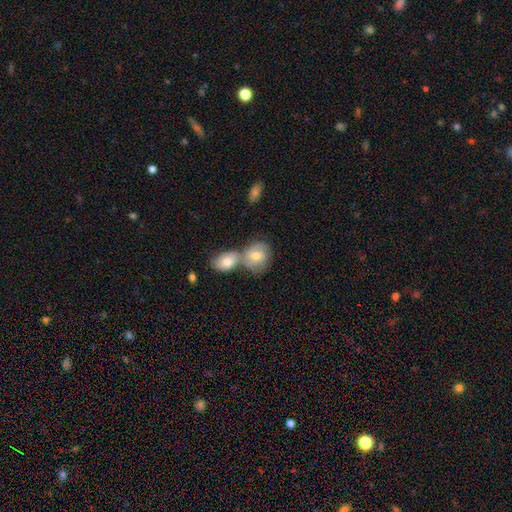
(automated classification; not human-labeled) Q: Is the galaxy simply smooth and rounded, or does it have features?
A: smooth — 71%.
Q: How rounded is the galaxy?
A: round — 60%.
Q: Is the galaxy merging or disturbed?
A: merger — 53%.